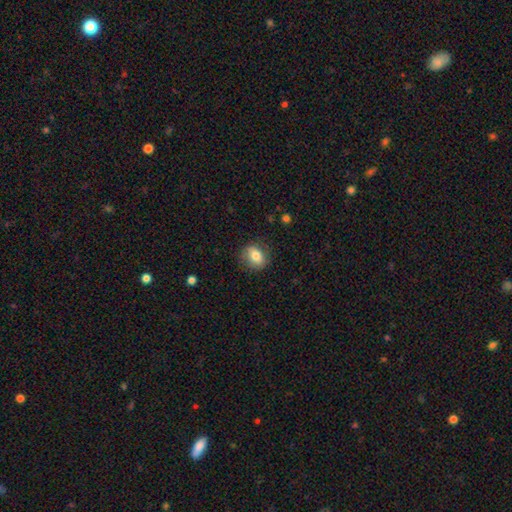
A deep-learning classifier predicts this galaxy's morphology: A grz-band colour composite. It shows a smooth galaxy with no disk features (72%) that is round (53%). Merging: none (79%).